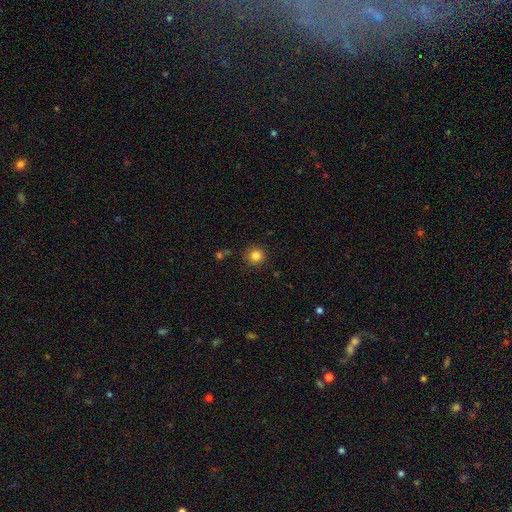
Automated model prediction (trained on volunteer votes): Smooth or featured?
  - smooth: 83% *
  - star or artifact: 12%
  - featured or disk: 5%
How rounded?
  - round: 94% *
  - in between: 5%
  - cigar-shaped: 1%
Merging?
  - none: 89% *
  - minor disturbance: 7%
  - major disturbance: 2%
  - merger: 2%